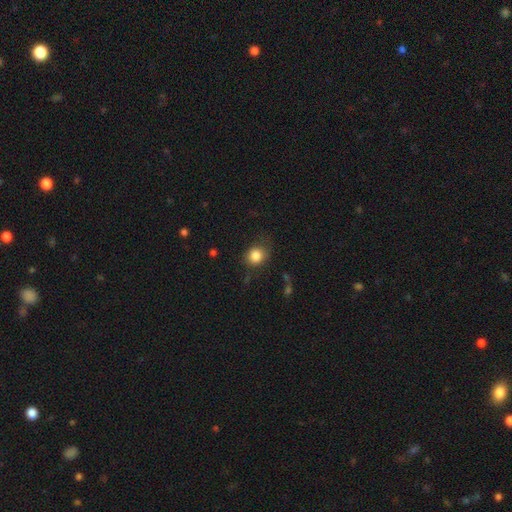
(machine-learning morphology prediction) Q: Smooth or featured?
A: smooth (84%); runner-up: star or artifact (10%)
Q: How rounded?
A: round (76%); runner-up: in between (23%)
Q: Merging?
A: none (73%); runner-up: minor disturbance (18%)